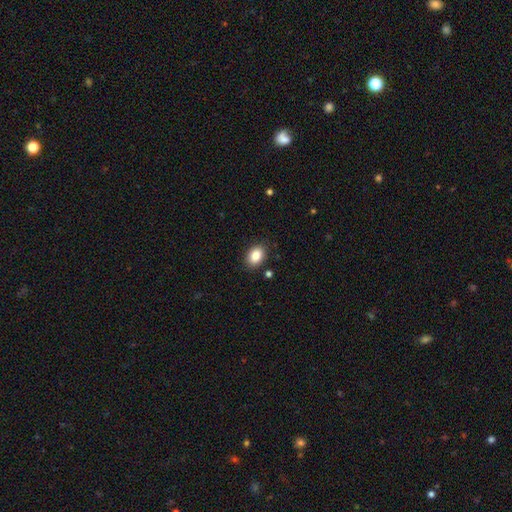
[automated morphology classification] A smooth galaxy with no disk features (86%) that is in between round and cigar-shaped (78%). Merging: none (88%).